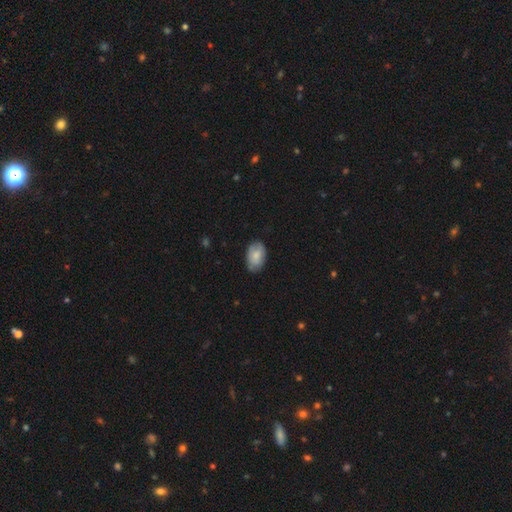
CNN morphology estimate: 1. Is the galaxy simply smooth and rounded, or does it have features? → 75% smooth, 19% featured or disk, 6% star or artifact.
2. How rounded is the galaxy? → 91% in between, 8% round, 1% cigar-shaped.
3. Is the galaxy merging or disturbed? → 73% none, 22% minor disturbance, 4% major disturbance, 1% merger.